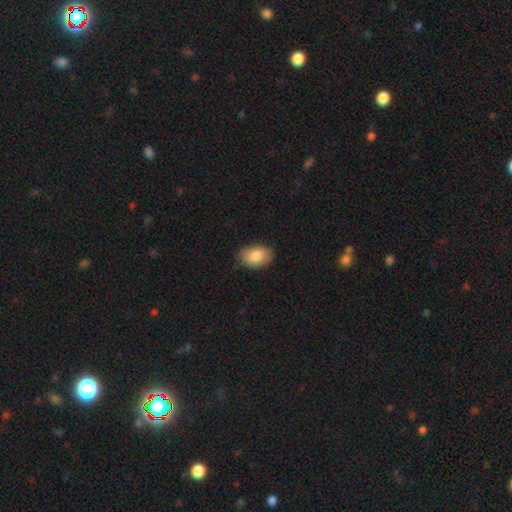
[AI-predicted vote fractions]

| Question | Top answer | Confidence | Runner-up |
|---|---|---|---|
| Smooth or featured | smooth | 86% | featured or disk (8%) |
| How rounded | in between | 90% | round (9%) |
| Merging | none | 82% | minor disturbance (14%) |